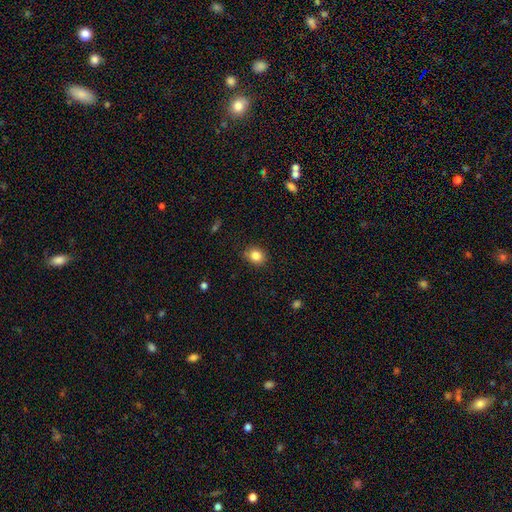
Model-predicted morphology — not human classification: Smooth or featured? Predicted: smooth (p=0.84). How rounded? Predicted: round (p=0.70). Merging? Predicted: none (p=0.86).